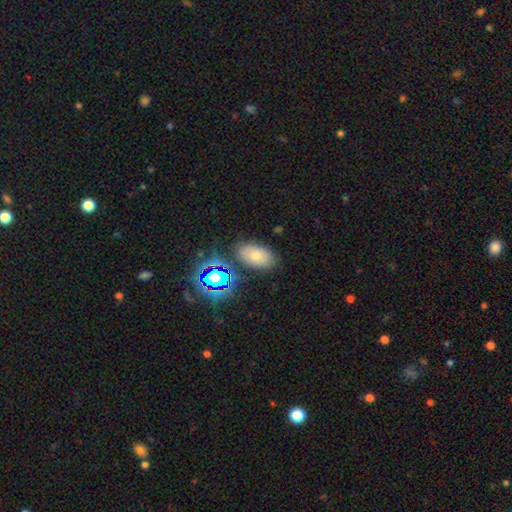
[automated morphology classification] smooth 54%, star or artifact 28%, featured or disk 17%. Down the decision tree: how rounded — in between (87%); merging — none (82%).